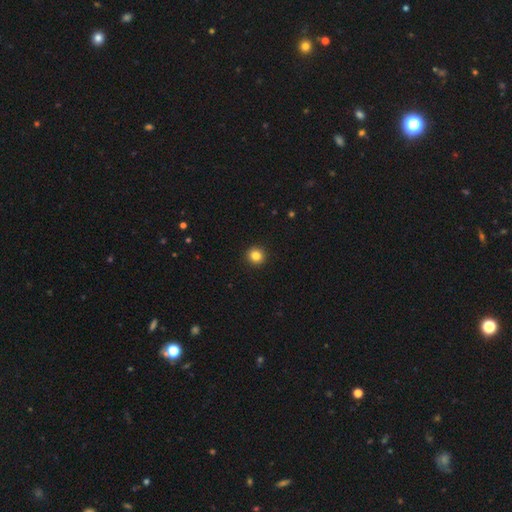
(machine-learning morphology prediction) A smooth galaxy with no disk features (83%) that is round (95%). Merging: none (94%).